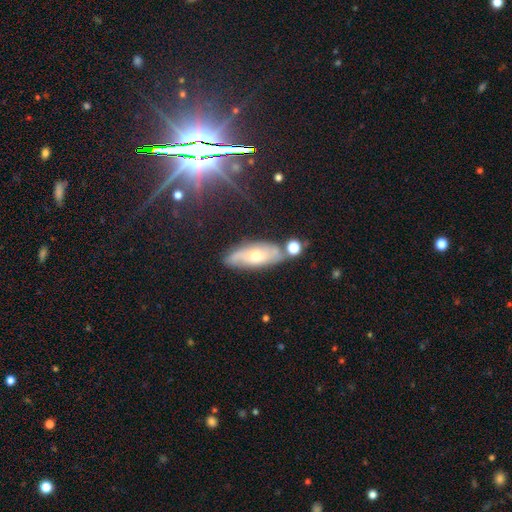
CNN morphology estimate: smooth-or-featured: featured or disk: 52% | smooth: 38% | star or artifact: 10%
  disk-edge-on: no: 74% | yes: 26%
  merging: none: 70% | minor disturbance: 17% | merger: 9% | major disturbance: 4%